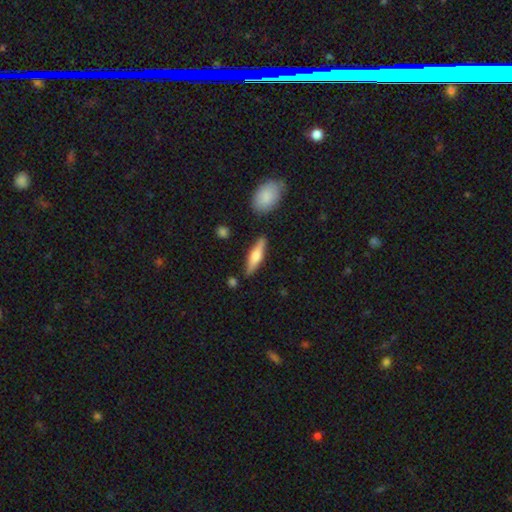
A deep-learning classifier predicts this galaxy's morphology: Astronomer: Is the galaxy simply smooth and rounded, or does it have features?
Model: smooth — 48% (runner-up: featured or disk, 47%).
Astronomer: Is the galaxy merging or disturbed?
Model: none — 83%.